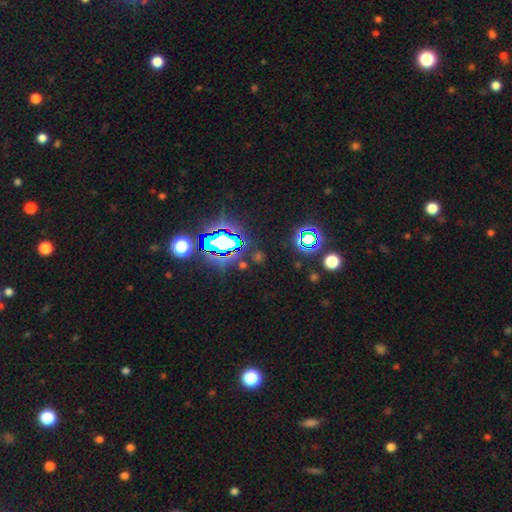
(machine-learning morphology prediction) type=star or artifact (74%).